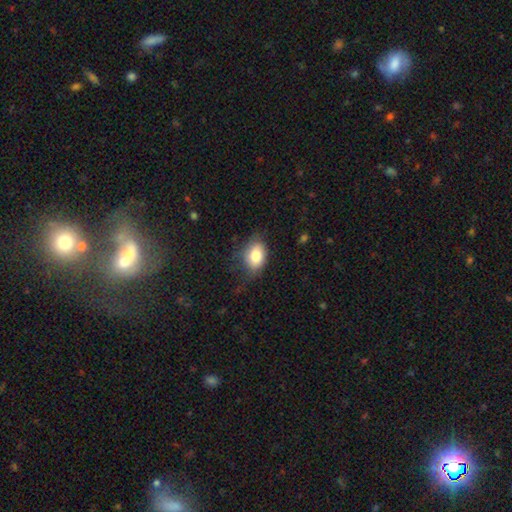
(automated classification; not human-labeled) The model was most divided on "merging": none: 62%, minor disturbance: 27%, major disturbance: 10%, merger: 1%. More confident: smooth or featured — smooth (80%); how rounded — in between (79%).